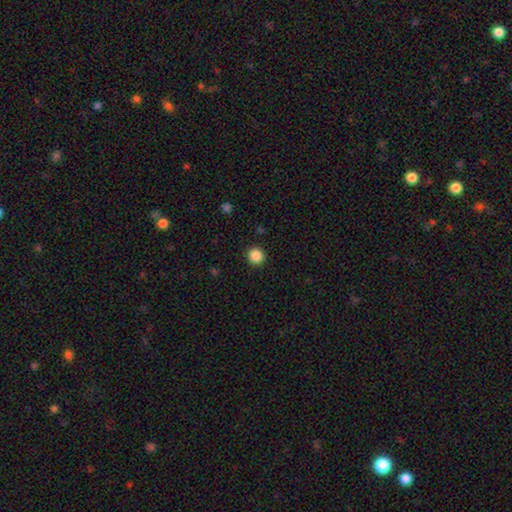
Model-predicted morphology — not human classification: smooth_or_featured: smooth (p=0.86) [alt: star or artifact p=0.10]
how_rounded: round (p=0.93) [alt: in between p=0.06]
merging: none (p=0.92) [alt: minor disturbance p=0.05]